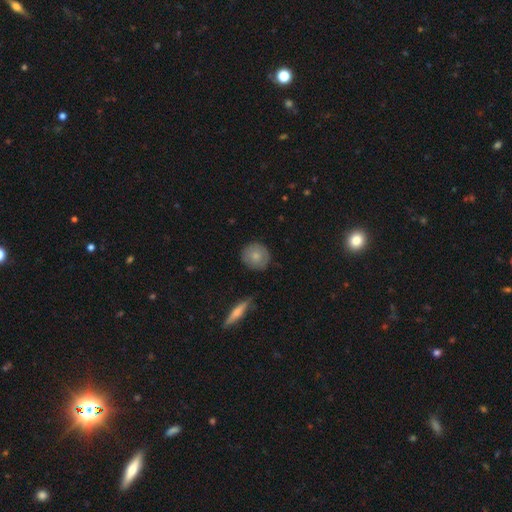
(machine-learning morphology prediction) Q: Smooth or featured?
A: smooth (74%); runner-up: featured or disk (19%)
Q: How rounded?
A: round (90%); runner-up: in between (9%)
Q: Merging?
A: none (83%); runner-up: minor disturbance (13%)